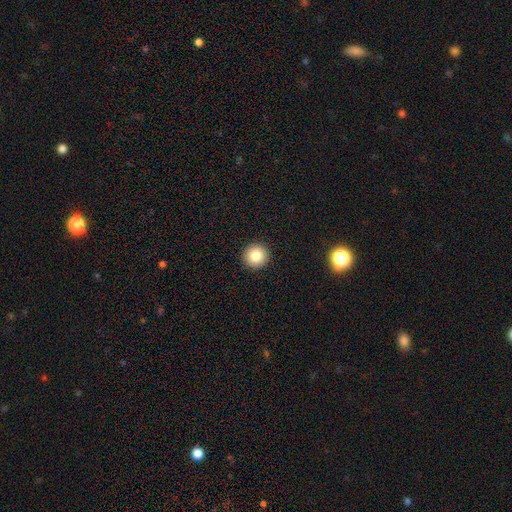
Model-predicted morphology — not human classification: Smooth or featured?
  - smooth: 82% *
  - star or artifact: 10%
  - featured or disk: 8%
How rounded?
  - round: 95% *
  - in between: 4%
  - cigar-shaped: 1%
Merging?
  - none: 93% *
  - minor disturbance: 4%
  - major disturbance: 1%
  - merger: 1%